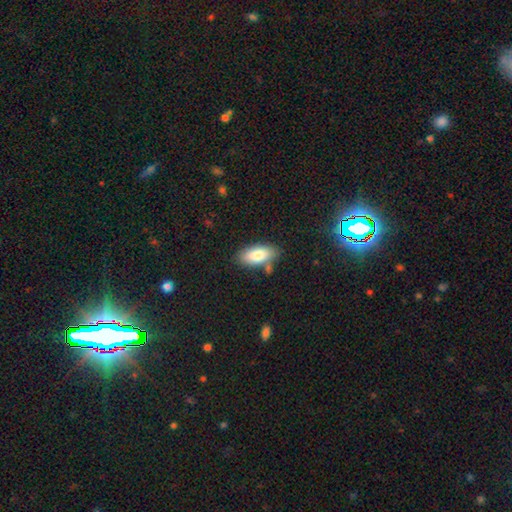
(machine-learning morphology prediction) This is clearly a smooth galaxy (82%). How rounded: clearly in between (89%). Merging: likely none (77%).